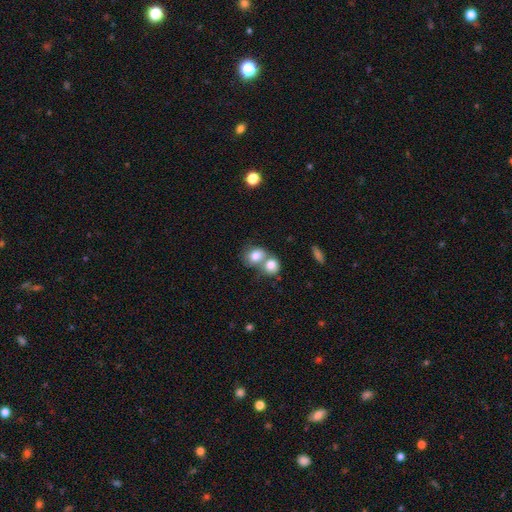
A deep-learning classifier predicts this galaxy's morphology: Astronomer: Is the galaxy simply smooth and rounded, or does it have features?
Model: smooth — 80%.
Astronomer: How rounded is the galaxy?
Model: round — 53% (runner-up: in between, 46%).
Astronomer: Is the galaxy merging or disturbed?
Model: merger — 58%.